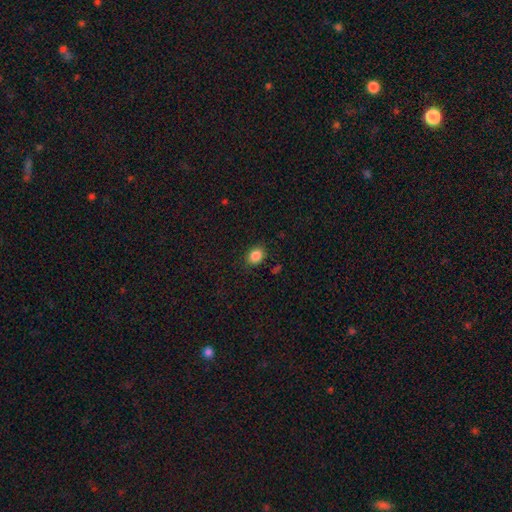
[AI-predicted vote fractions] Smooth or featured: smooth — 86% (star or artifact — 10%)
How rounded: in between — 52% (round — 47%)
Merging: none — 85% (minor disturbance — 11%)